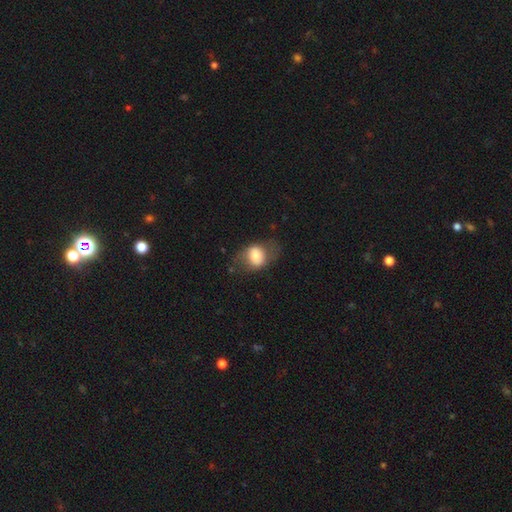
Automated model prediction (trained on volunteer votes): smooth-or-featured: smooth: 66% | featured or disk: 27% | star or artifact: 8%
  how-rounded: in between: 62% | round: 37% | cigar-shaped: 1%
  merging: none: 57% | minor disturbance: 23% | major disturbance: 17% | merger: 2%